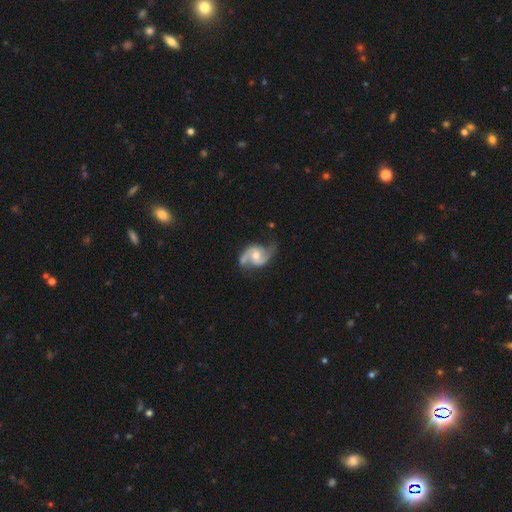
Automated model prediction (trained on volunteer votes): A featured or disk galaxy (87%) with no bar (52%), 2 (92%) medium (46%) spiral arms (97%) and a moderate central bulge (63%).

Vote fractions:
- Smooth or featured? featured or disk: 87% / smooth: 8% / star or artifact: 5%
- Edge-on disk? no: 98% / yes: 2%
- Bar? no: 52% / weak: 38% / strong: 9%
- Spiral arms? yes: 97% / no: 3%
- Spiral winding? medium: 46% / loose: 43% / tight: 12%
- Spiral arm count? 2: 92% / can't tell: 2% / 1: 2% / 3: 1% / 4: 1% / more than 4: 1%
- Bulge size? moderate: 63% / small: 29% / large: 5% / none: 2% / dominant: 1%
- Merging? none: 66% / minor disturbance: 22% / major disturbance: 9% / merger: 3%